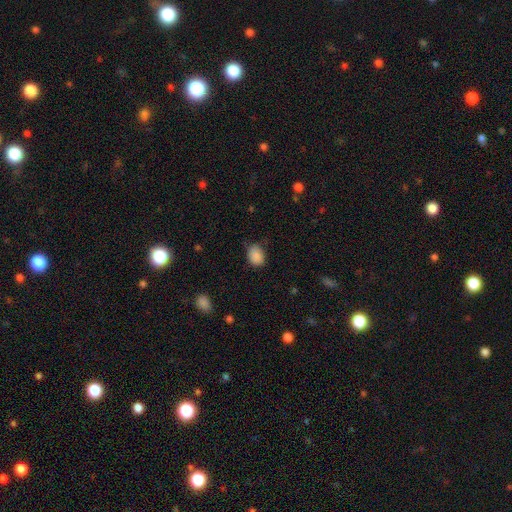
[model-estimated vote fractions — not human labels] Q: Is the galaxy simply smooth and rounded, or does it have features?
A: smooth — 88%.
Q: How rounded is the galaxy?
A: in between — 64%.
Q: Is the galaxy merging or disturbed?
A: none — 68%.